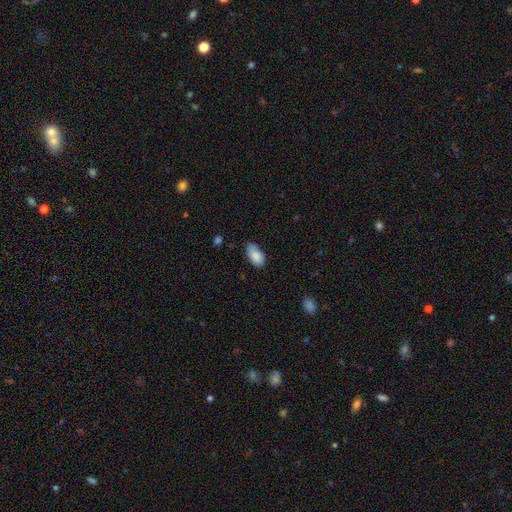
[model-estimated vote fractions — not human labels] Overall: smooth (86%). How rounded: in between (94%). Merging: none (60%; minor disturbance 33%).